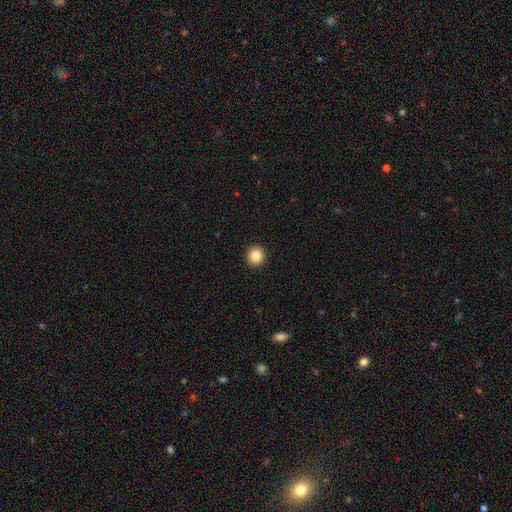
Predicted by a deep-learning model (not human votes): A smooth galaxy with no disk features (84%) that is round (94%). Merging: none (94%).